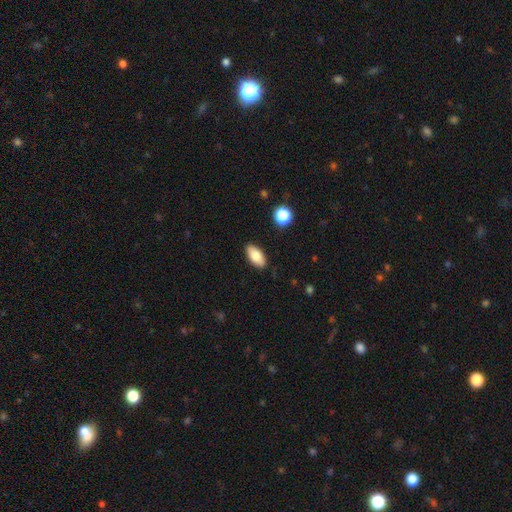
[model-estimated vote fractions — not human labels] smooth 82%, featured or disk 11%, star or artifact 7%. Down the decision tree: how rounded — in between (91%); merging — none (88%).